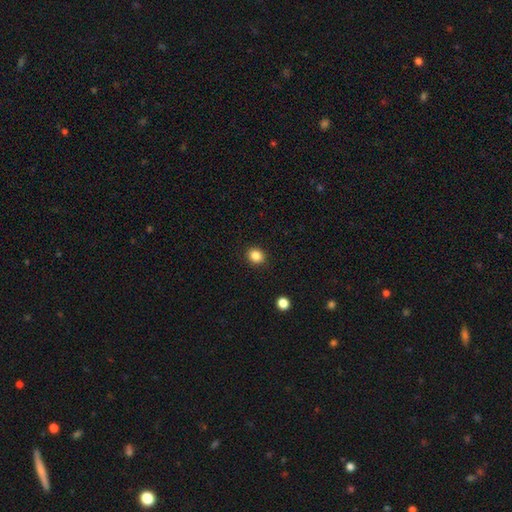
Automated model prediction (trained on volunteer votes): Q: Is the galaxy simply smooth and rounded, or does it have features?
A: smooth — 86%.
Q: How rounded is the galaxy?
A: round — 68%.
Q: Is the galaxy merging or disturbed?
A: none — 91%.